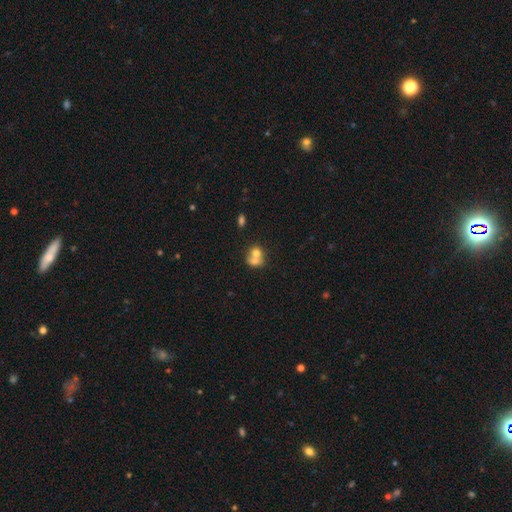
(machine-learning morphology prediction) smooth 68%, featured or disk 22%, star or artifact 10%. Down the decision tree: how rounded — round (61%); merging — merger (68%).